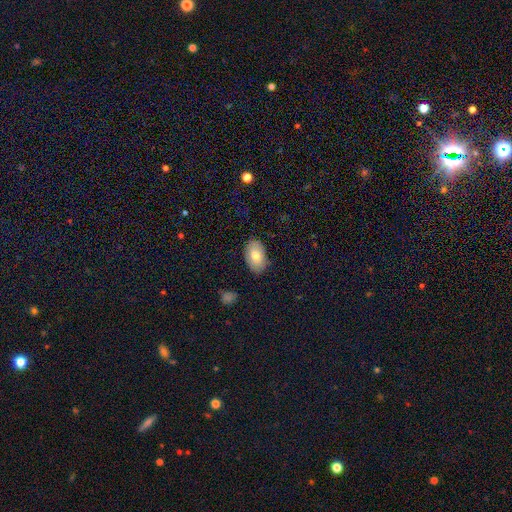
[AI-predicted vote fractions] Morphology: type=smooth (75%); roundness=in between (92%); merging=none (83%).